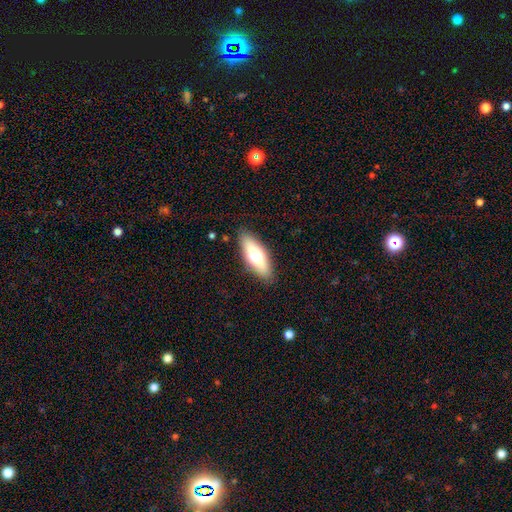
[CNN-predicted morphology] A smooth galaxy with no disk features (63%) that is in between round and cigar-shaped (64%).

Vote fractions:
- Smooth or featured? smooth: 63% / featured or disk: 30% / star or artifact: 6%
- How rounded? in between: 64% / cigar-shaped: 34% / round: 2%
- Merging? none: 86% / minor disturbance: 10% / major disturbance: 2% / merger: 1%